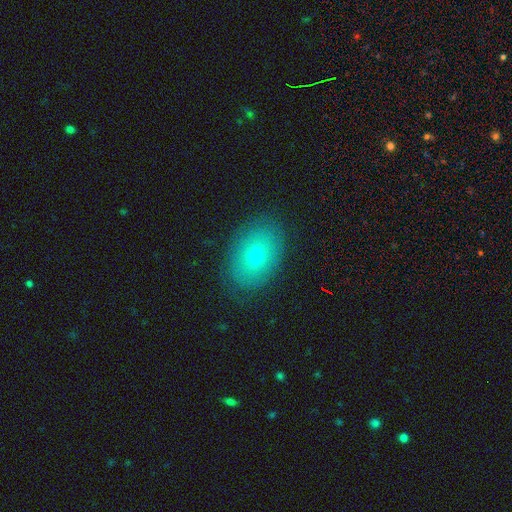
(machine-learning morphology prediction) Overall: smooth (63%; featured or disk 25%). How rounded: in between (77%). Merging: none (82%).